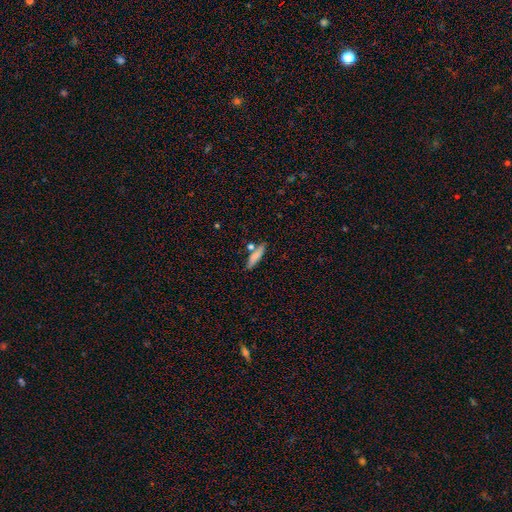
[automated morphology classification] Q: Smooth or featured?
A: smooth (76%); runner-up: featured or disk (17%)
Q: How rounded?
A: cigar-shaped (78%); runner-up: in between (20%)
Q: Merging?
A: none (74%); runner-up: minor disturbance (13%)